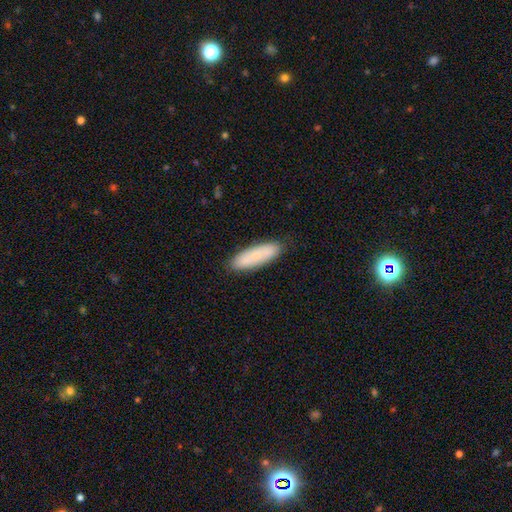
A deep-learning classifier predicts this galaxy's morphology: Overall: smooth (74%). How rounded: cigar-shaped (52%; in between 46%). Merging: none (86%).